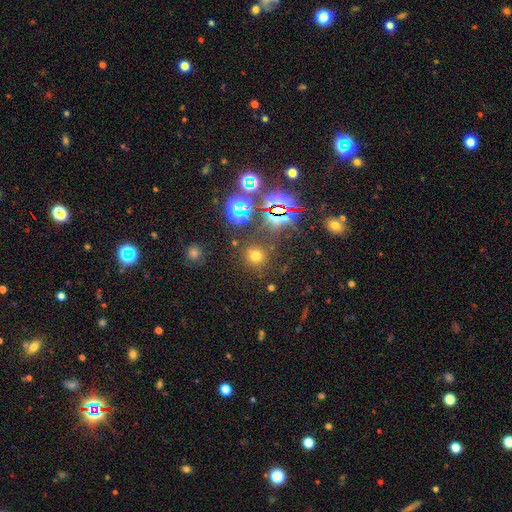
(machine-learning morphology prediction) The model was most divided on "smooth or featured": smooth: 59%, star or artifact: 34%, featured or disk: 8%. More confident: how rounded — round (91%); merging — none (83%).